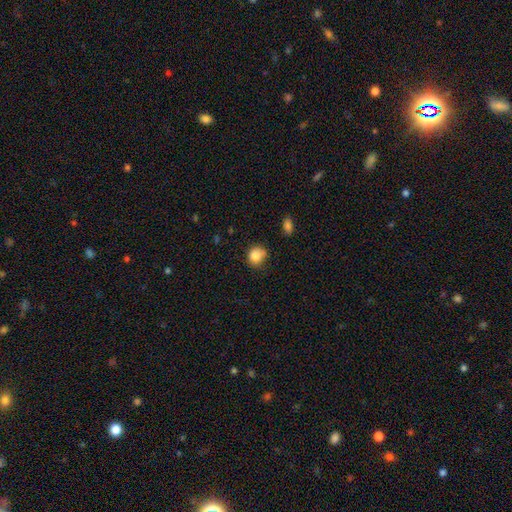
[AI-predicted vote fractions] Smooth or featured?
  - smooth: 86% *
  - star or artifact: 10%
  - featured or disk: 5%
How rounded?
  - round: 79% *
  - in between: 20%
  - cigar-shaped: 1%
Merging?
  - none: 63% *
  - minor disturbance: 27%
  - major disturbance: 6%
  - merger: 4%